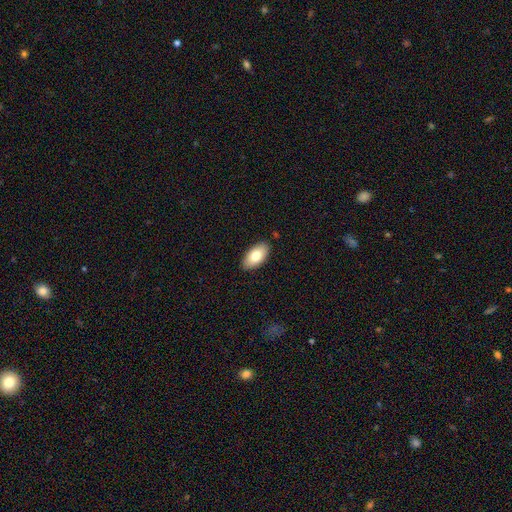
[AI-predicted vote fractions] smooth-or-featured: smooth: 78% | featured or disk: 16% | star or artifact: 6%
  how-rounded: in between: 94% | round: 3% | cigar-shaped: 3%
  merging: none: 88% | minor disturbance: 9% | major disturbance: 2% | merger: 1%